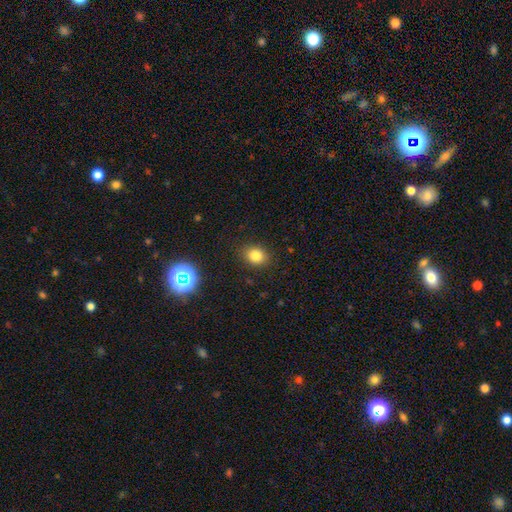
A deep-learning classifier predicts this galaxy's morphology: The model was most divided on "how rounded": in between: 50%, round: 49%, cigar-shaped: 1%. More confident: merging — none (87%); smooth or featured — smooth (81%).